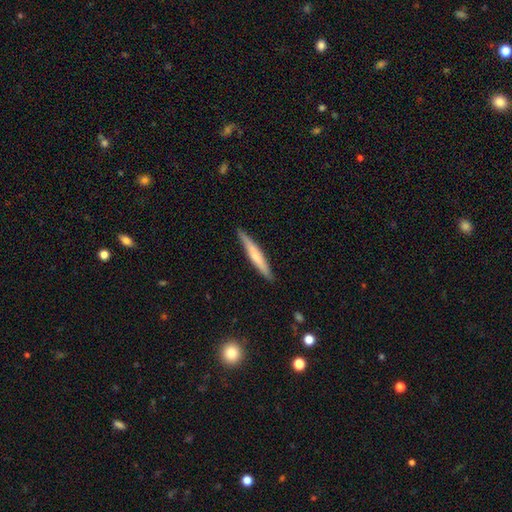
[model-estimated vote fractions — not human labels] This appears to be a smooth galaxy with no disk features (56%) that is cigar-shaped (95%). Merging: none (89%).